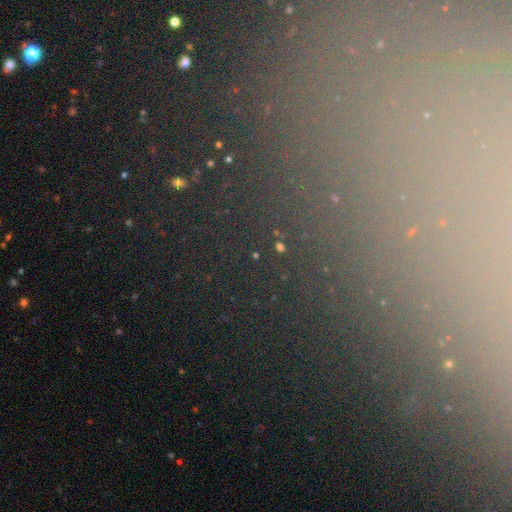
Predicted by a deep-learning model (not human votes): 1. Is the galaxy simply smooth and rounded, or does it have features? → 70% star or artifact, 18% smooth, 12% featured or disk.